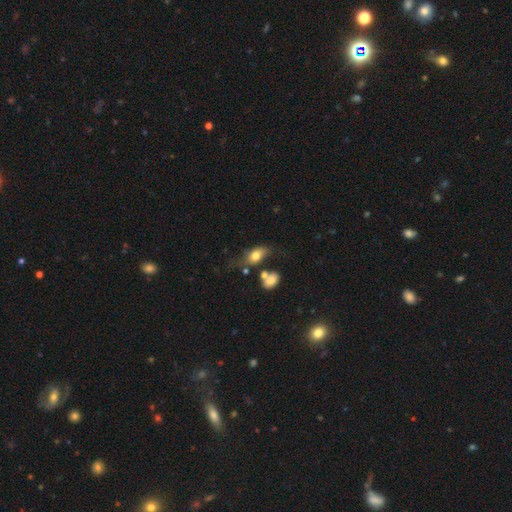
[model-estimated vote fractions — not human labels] This is likely a smooth galaxy (68%). How rounded: clearly in between (81%). Merging: marginally none (41%).